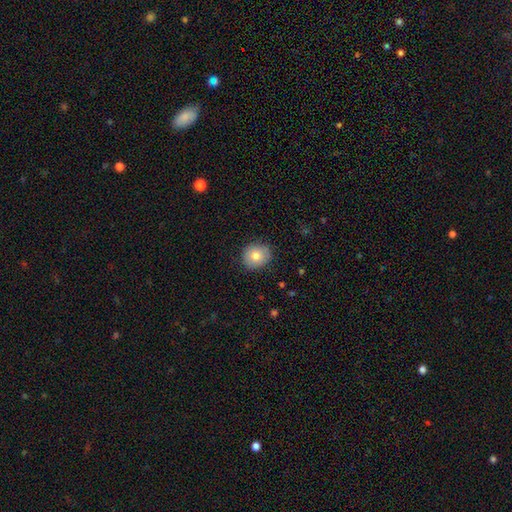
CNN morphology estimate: Smooth or featured?
  - smooth: 77% *
  - featured or disk: 14%
  - star or artifact: 9%
How rounded?
  - round: 80% *
  - in between: 20%
  - cigar-shaped: 1%
Merging?
  - none: 85% *
  - minor disturbance: 12%
  - major disturbance: 2%
  - merger: 1%